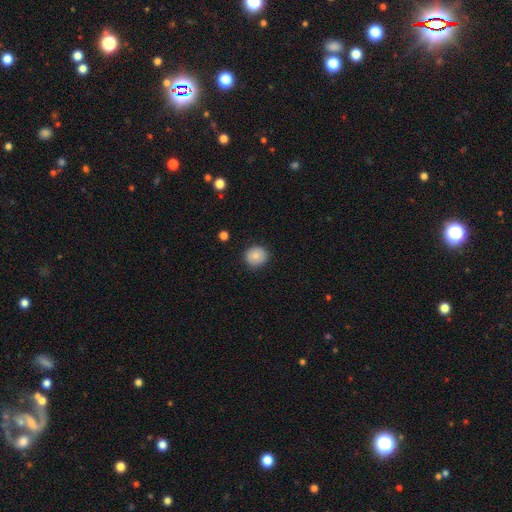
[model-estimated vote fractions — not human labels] smooth 82%, featured or disk 9%, star or artifact 8%. Down the decision tree: how rounded — round (86%); merging — none (86%).